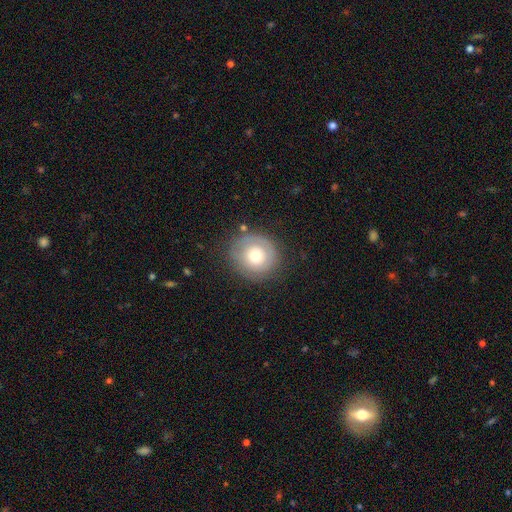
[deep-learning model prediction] Q: Smooth or featured?
A: smooth (51%); runner-up: featured or disk (41%)
Q: How rounded?
A: round (90%); runner-up: in between (9%)
Q: Merging?
A: none (79%); runner-up: minor disturbance (13%)